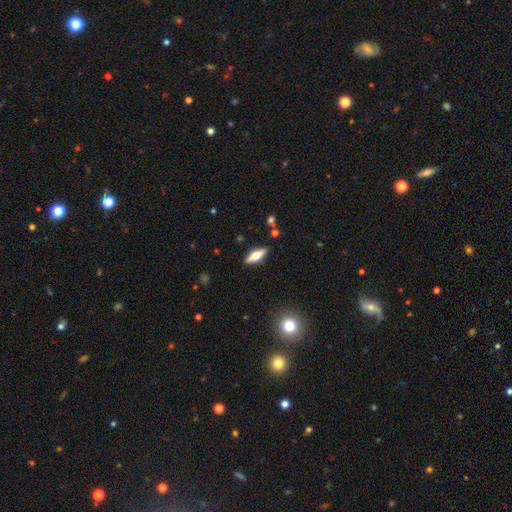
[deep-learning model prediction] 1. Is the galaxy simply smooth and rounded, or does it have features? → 53% featured or disk, 40% smooth, 7% star or artifact.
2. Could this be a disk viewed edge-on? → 92% yes, 8% no.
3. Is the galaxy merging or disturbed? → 88% none, 8% minor disturbance, 2% major disturbance, 2% merger.